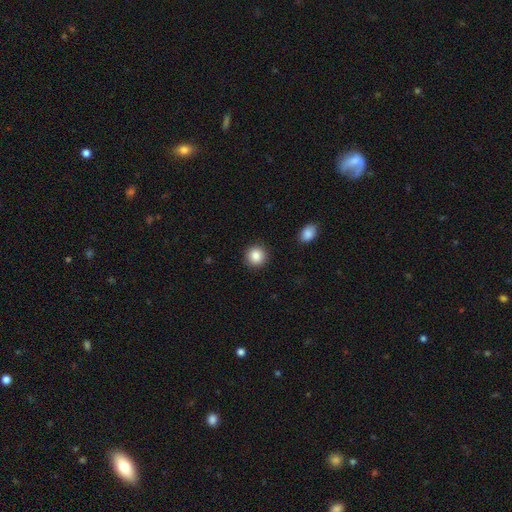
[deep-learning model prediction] Smooth or featured? smooth (86%)
How rounded? round (94%)
Merging? none (92%)